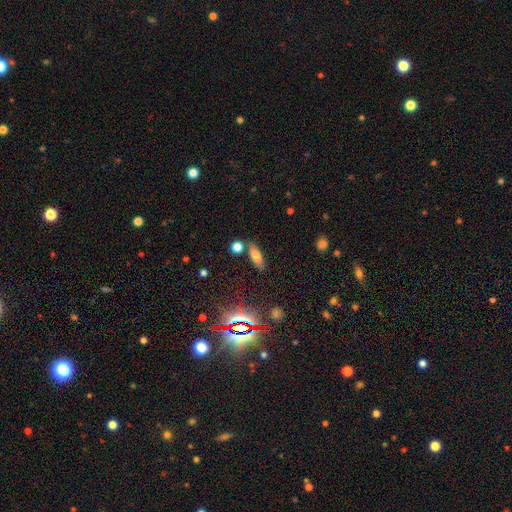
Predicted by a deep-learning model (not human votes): This is likely a smooth galaxy (70%). How rounded: likely in between (63%). Merging: likely none (75%).